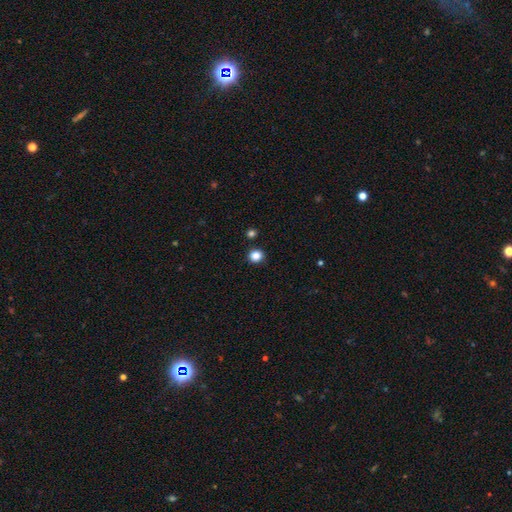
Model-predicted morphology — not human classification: smooth 85%, star or artifact 12%, featured or disk 3%. Down the decision tree: how rounded — round (87%); merging — none (90%).